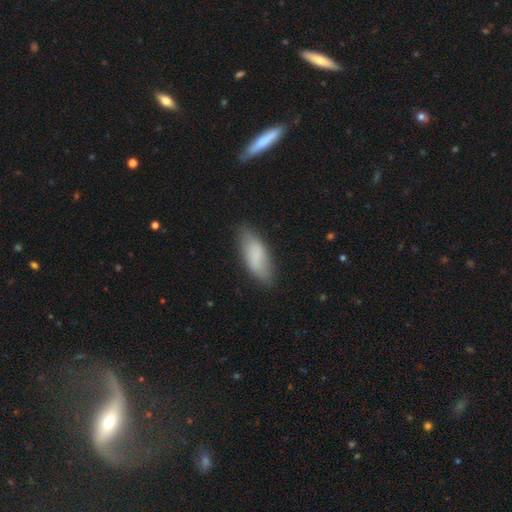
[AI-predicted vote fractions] This is likely a smooth galaxy (78%). How rounded: likely in between (74%). Merging: likely none (76%).